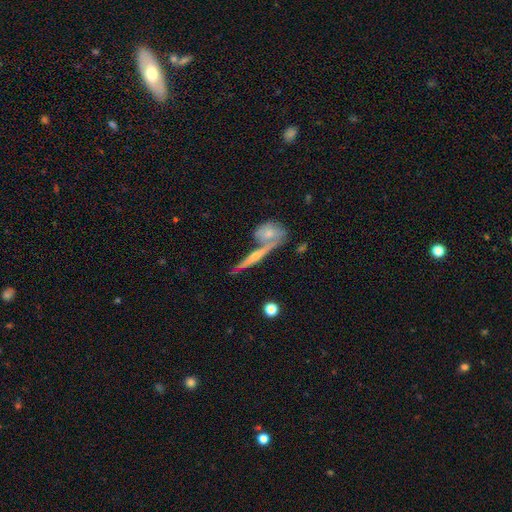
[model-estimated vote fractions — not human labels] smooth_or_featured: featured or disk (p=0.68) [alt: smooth p=0.24]
disk_edge_on: yes (p=0.92) [alt: no p=0.08]
edge_on_bulge: rounded (p=0.76) [alt: none p=0.17]
merging: none (p=0.58) [alt: merger p=0.28]